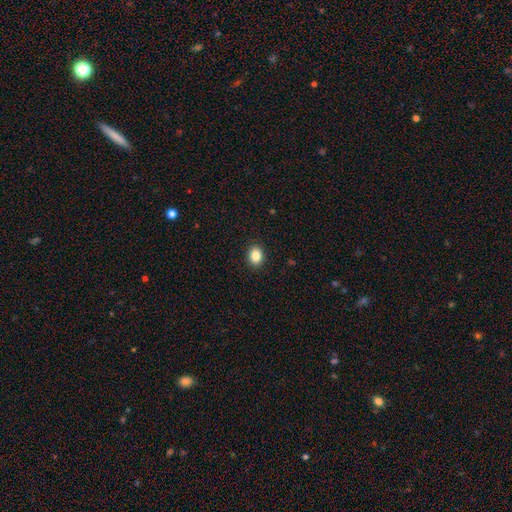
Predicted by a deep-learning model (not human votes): A smooth galaxy with no disk features (86%) that is in between round and cigar-shaped (56%).

Vote fractions:
- Smooth or featured? smooth: 86% / star or artifact: 9% / featured or disk: 5%
- How rounded? in between: 56% / round: 43% / cigar-shaped: 1%
- Merging? none: 91% / minor disturbance: 6% / major disturbance: 2% / merger: 1%